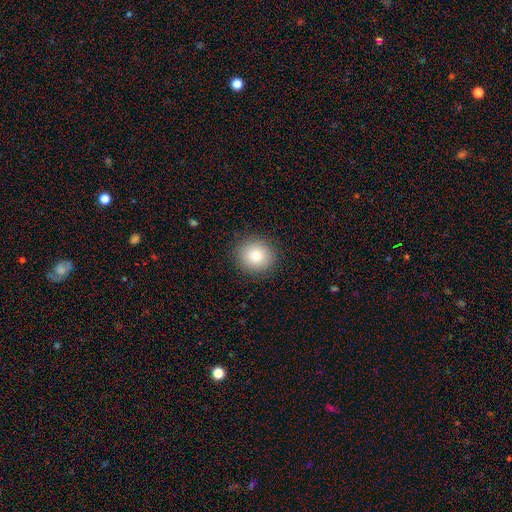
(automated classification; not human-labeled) smooth_or_featured: smooth (p=0.80) [alt: star or artifact p=0.10]
how_rounded: round (p=0.88) [alt: in between p=0.11]
merging: none (p=0.90) [alt: minor disturbance p=0.07]